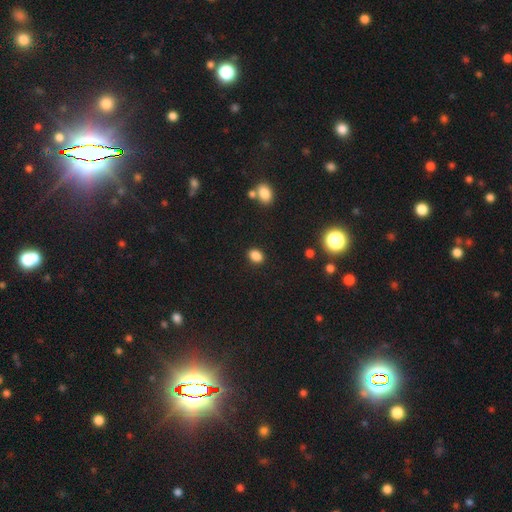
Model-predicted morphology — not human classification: This appears to be a smooth galaxy with no disk features (85%) that is in between round and cigar-shaped (69%). Merging: none (87%).